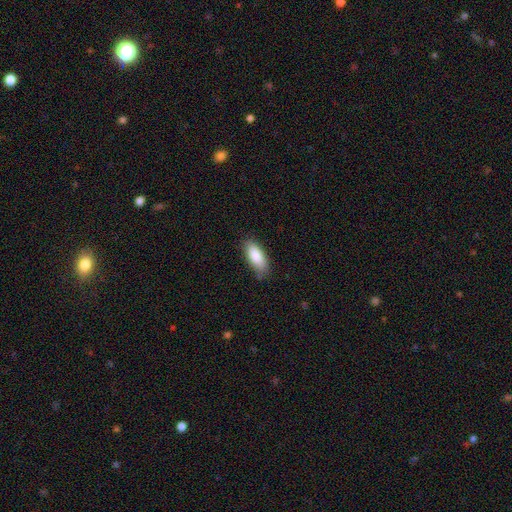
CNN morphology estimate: This is clearly a smooth galaxy (86%). How rounded: clearly in between (80%). Merging: likely none (79%).